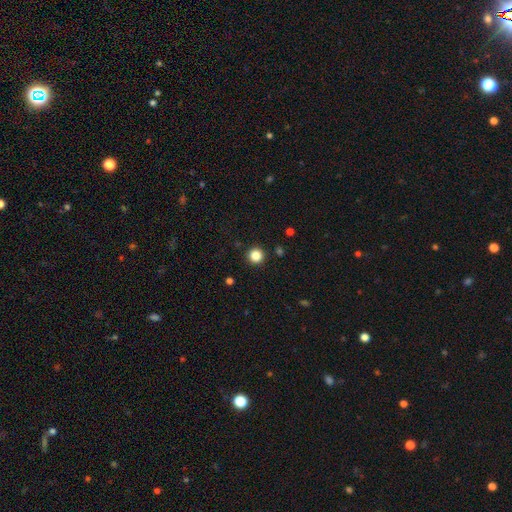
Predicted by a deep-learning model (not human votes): smooth 85%, star or artifact 11%, featured or disk 3%. Down the decision tree: how rounded — round (96%); merging — none (93%).